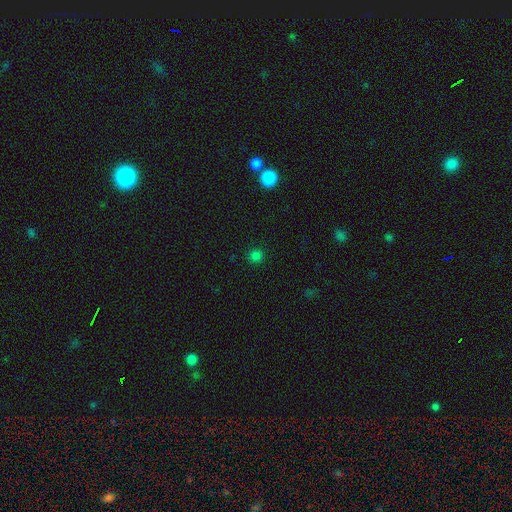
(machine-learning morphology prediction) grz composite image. It shows a smooth galaxy with no disk features (78%) that is round (92%). Merging: none (90%).